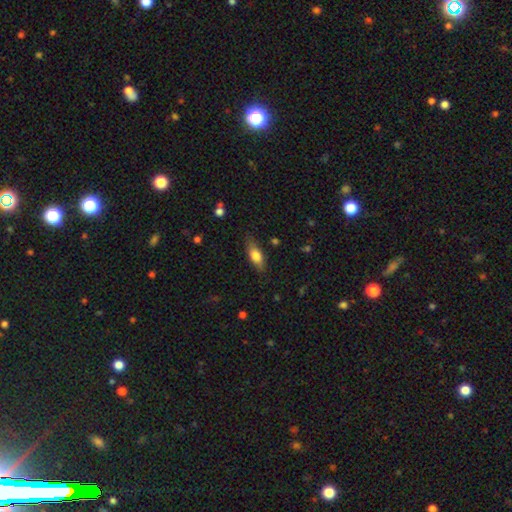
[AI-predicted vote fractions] Smooth or featured? smooth (73%)
How rounded? in between (72%)
Merging? none (78%)